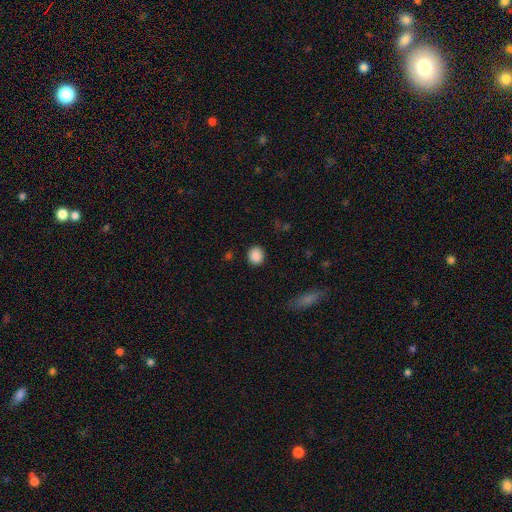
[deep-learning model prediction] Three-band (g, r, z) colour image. It shows a smooth galaxy with no disk features (88%) that is round (80%). Merging: none (88%).